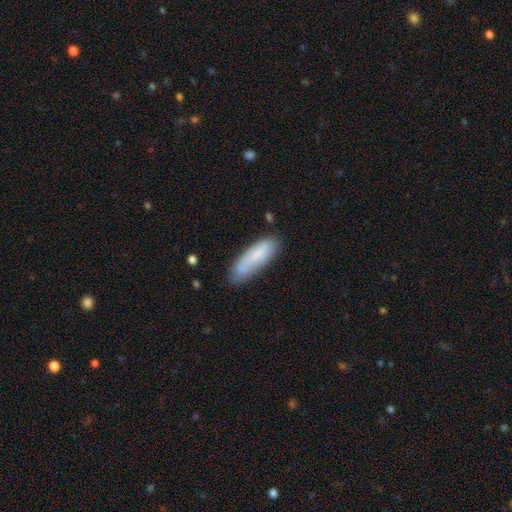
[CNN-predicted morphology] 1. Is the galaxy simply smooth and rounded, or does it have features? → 74% smooth, 20% featured or disk, 7% star or artifact.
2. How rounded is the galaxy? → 49% cigar-shaped (tied), 49% in between (tied), 2% round.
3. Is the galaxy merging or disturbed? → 67% none, 24% minor disturbance, 5% major disturbance, 4% merger.